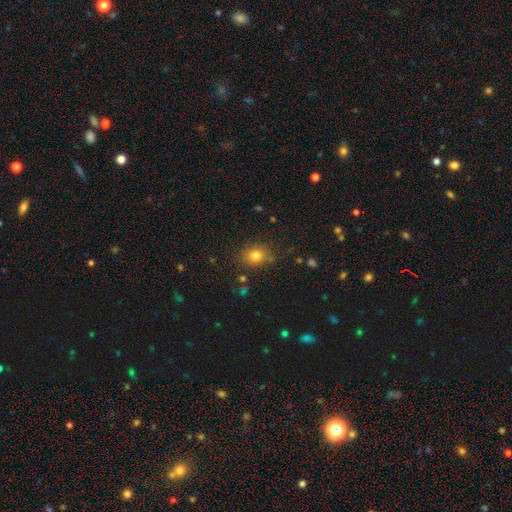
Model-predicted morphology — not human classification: Smooth or featured: smooth — 79% (star or artifact — 13%)
How rounded: round — 63% (in between — 36%)
Merging: none — 78% (minor disturbance — 14%)